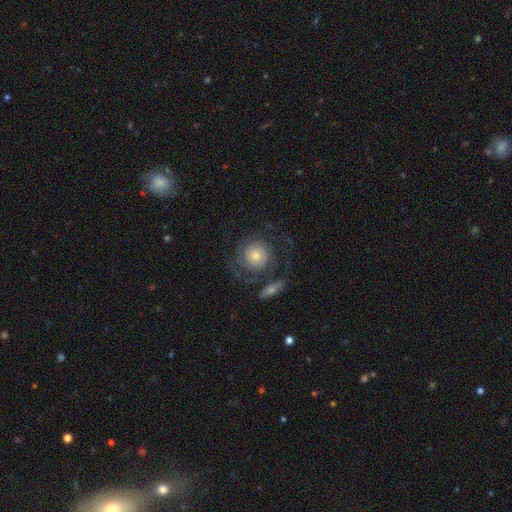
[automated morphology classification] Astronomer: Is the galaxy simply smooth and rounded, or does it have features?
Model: featured or disk — 59%.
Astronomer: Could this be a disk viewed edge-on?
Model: no — 96%.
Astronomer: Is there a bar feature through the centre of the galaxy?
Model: no — 85%.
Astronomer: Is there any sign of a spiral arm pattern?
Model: yes — 80%.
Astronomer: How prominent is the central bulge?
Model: small — 52% (runner-up: moderate, 37%).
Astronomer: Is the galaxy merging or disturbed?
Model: none — 60%.